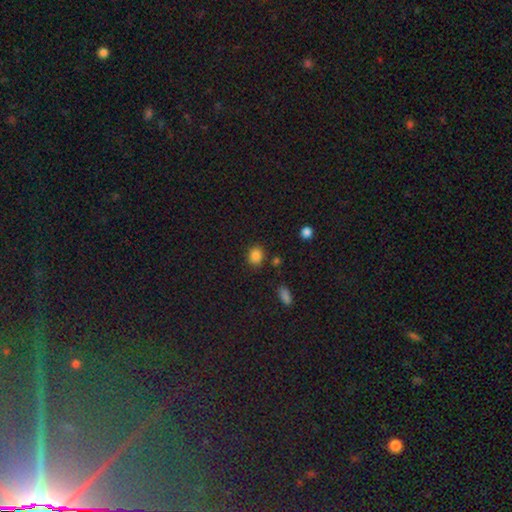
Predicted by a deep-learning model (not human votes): Morphology: type=smooth (85%); roundness=round (61%); merging=none (83%).